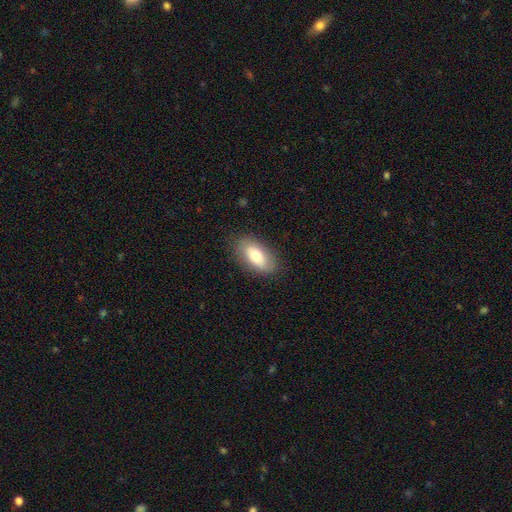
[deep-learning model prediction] Smooth or featured: smooth — 74% (featured or disk — 19%)
How rounded: in between — 90% (cigar-shaped — 6%)
Merging: none — 85% (minor disturbance — 11%)